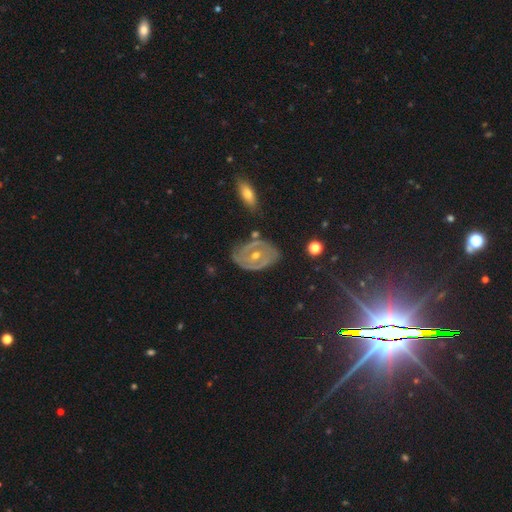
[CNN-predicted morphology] This appears to be a featured or disk galaxy (74%) with no bar (58%), spiral arms (65%) and a moderate central bulge (51%). Merging: none (72%).